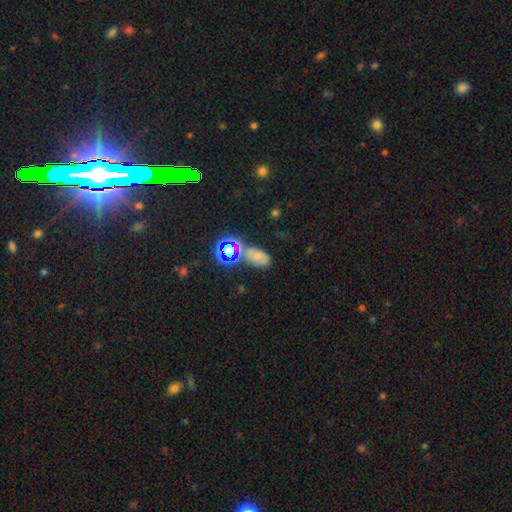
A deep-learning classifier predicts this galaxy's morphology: The model was most divided on "smooth or featured": smooth: 43%, star or artifact: 33%, featured or disk: 23%. More confident: merging — none (53%).